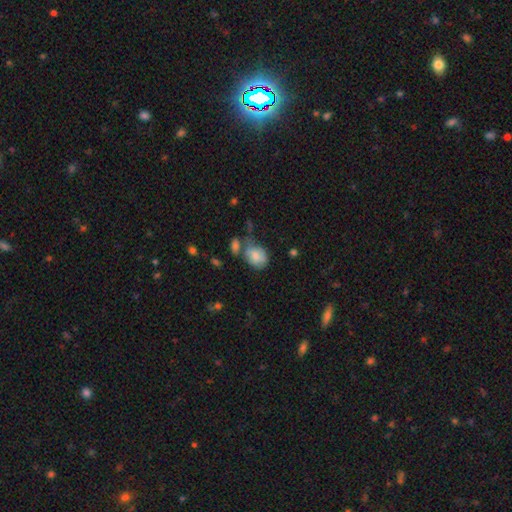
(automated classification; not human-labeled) A smooth galaxy with no disk features (79%) that is in between round and cigar-shaped (63%).

Vote fractions:
- Smooth or featured? smooth: 79% / featured or disk: 14% / star or artifact: 8%
- How rounded? in between: 63% / round: 35% / cigar-shaped: 1%
- Merging? none: 42% / minor disturbance: 26% / merger: 20% / major disturbance: 12%